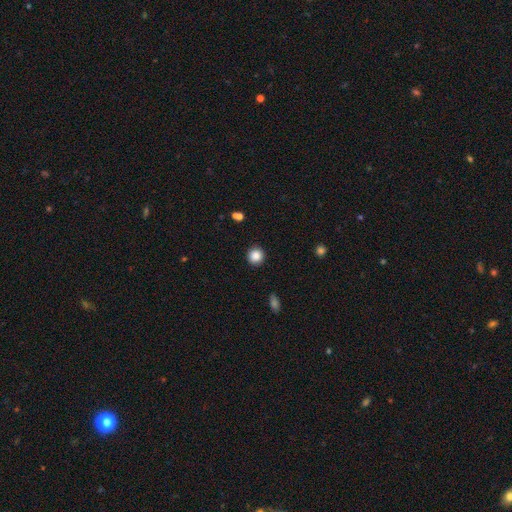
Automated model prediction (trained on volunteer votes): smooth_or_featured: smooth (p=0.86) [alt: star or artifact p=0.10]
how_rounded: round (p=0.93) [alt: in between p=0.06]
merging: none (p=0.91) [alt: minor disturbance p=0.05]